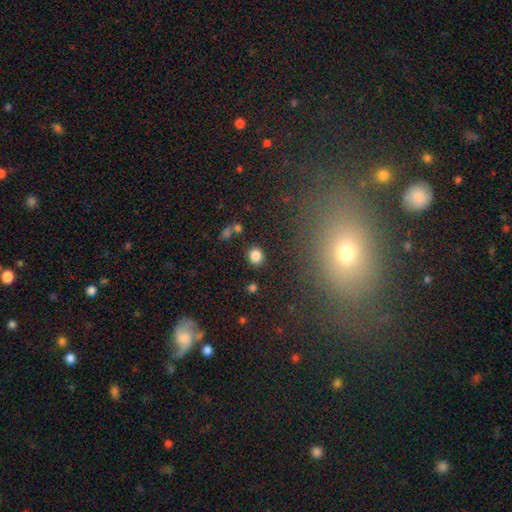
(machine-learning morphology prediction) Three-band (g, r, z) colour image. It shows a smooth galaxy with no disk features (84%) that is round (78%). Merging: none (85%).